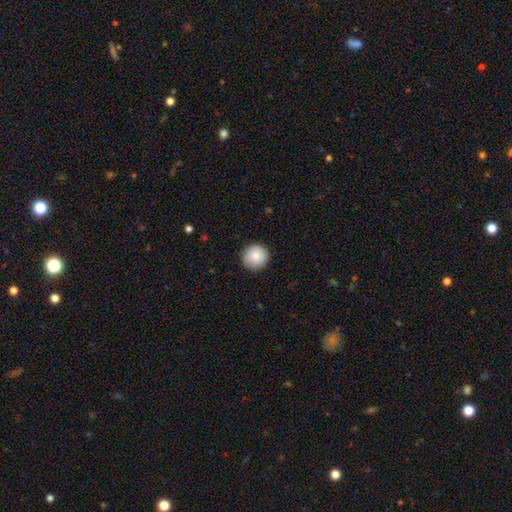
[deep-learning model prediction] A smooth galaxy with no disk features (86%) that is round (95%). Merging: none (90%).